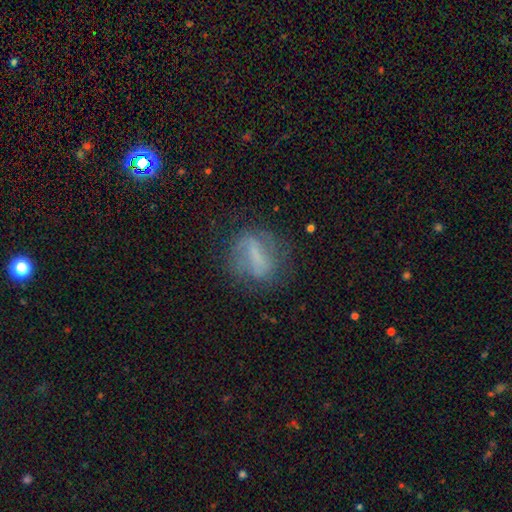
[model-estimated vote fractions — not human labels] Smooth or featured? Predicted: featured or disk (p=0.51). Edge-on disk? Predicted: no (p=0.88). Merging? Predicted: none (p=0.64).